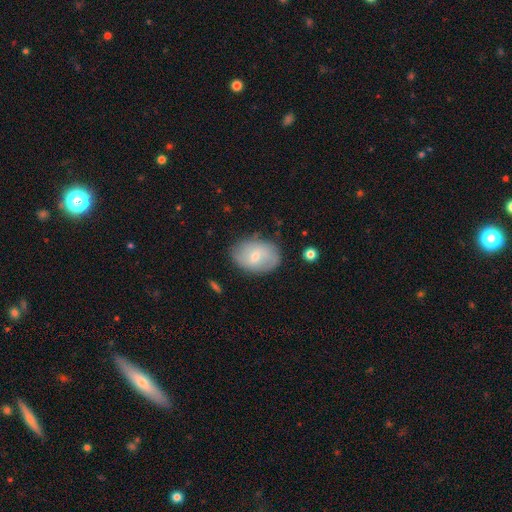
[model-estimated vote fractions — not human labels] Smooth or featured: smooth — 53% (featured or disk — 39%)
How rounded: in between — 80% (round — 19%)
Merging: none — 76% (minor disturbance — 17%)